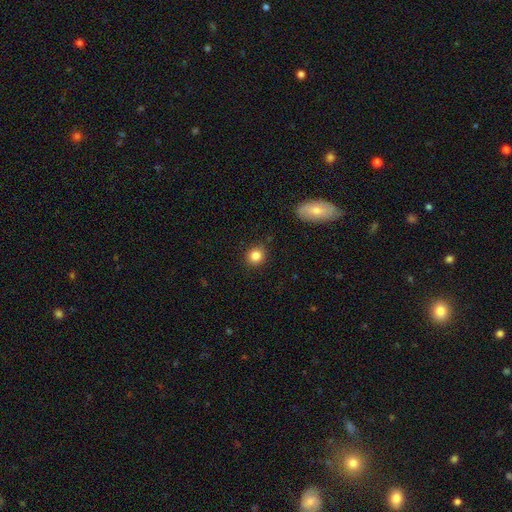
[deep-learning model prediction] Smooth or featured? smooth (83%)
How rounded? round (85%)
Merging? none (88%)